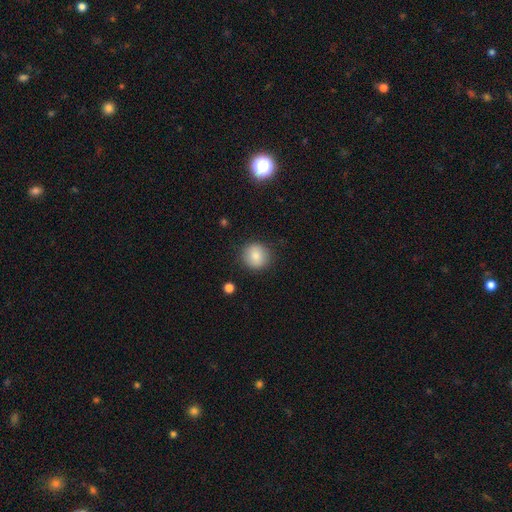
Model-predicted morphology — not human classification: A smooth galaxy with no disk features (83%) that is round (90%).

Vote fractions:
- Smooth or featured? smooth: 83% / star or artifact: 9% / featured or disk: 8%
- How rounded? round: 90% / in between: 9% / cigar-shaped: 1%
- Merging? none: 87% / minor disturbance: 9% / major disturbance: 3% / merger: 1%